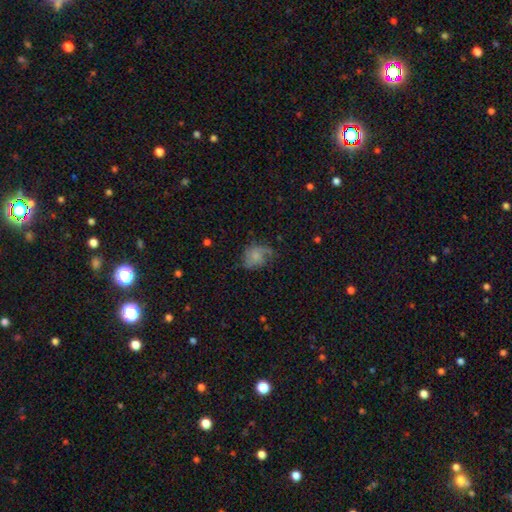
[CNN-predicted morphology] Smooth or featured? smooth (52%)
How rounded? in between (56%)
Merging? none (43%)